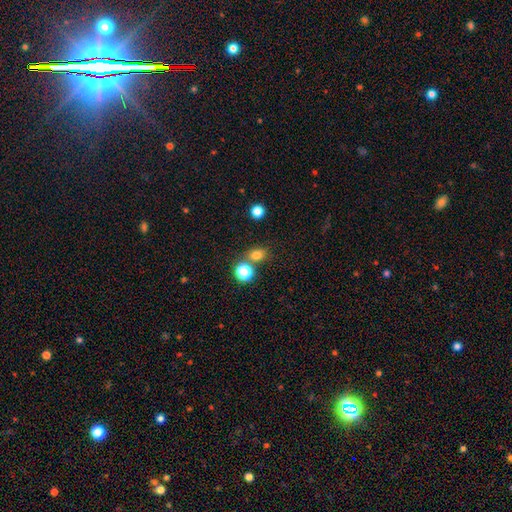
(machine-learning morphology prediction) Smooth or featured?
  - smooth: 76% *
  - star or artifact: 18%
  - featured or disk: 6%
How rounded?
  - round: 56% *
  - in between: 43%
  - cigar-shaped: 1%
Merging?
  - none: 68% *
  - merger: 18%
  - minor disturbance: 10%
  - major disturbance: 4%